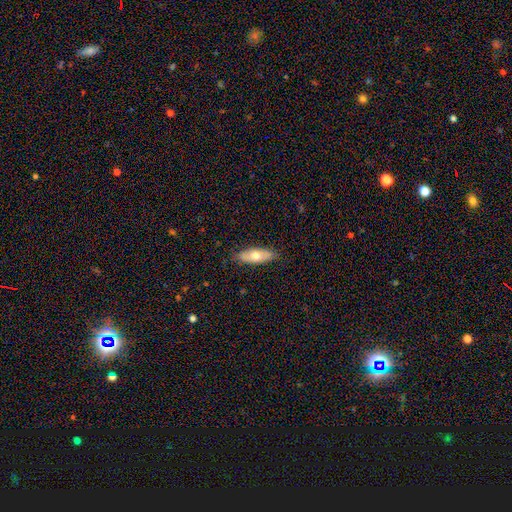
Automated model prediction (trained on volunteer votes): Morphology: type=smooth (62%); roundness=in between (68%); merging=none (86%).